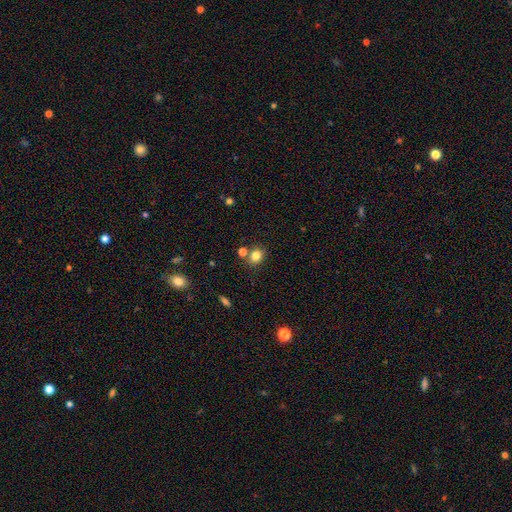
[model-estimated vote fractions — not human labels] smooth 82%, star or artifact 12%, featured or disk 6%. Down the decision tree: how rounded — round (67%); merging — none (73%).